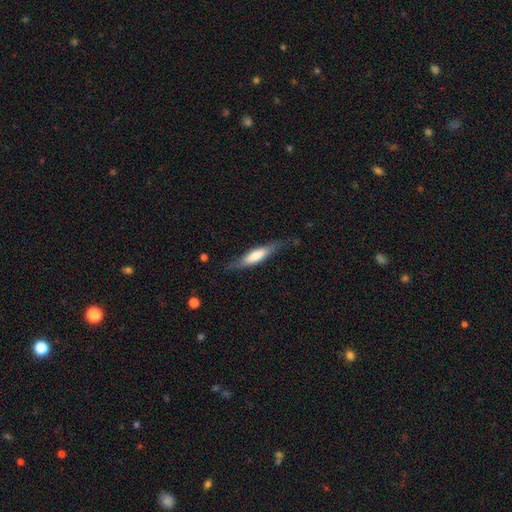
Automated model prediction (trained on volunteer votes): This appears to be a smooth galaxy with no disk features (55%) that is cigar-shaped (74%). Merging: none (74%).